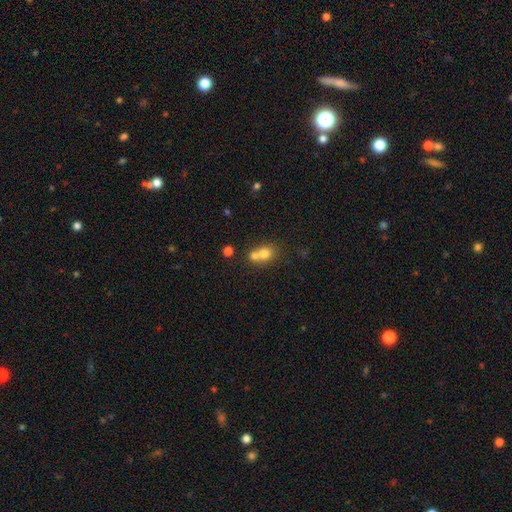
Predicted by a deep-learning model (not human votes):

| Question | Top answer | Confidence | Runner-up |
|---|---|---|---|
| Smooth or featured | smooth | 66% | star or artifact (20%) |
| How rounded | round | 66% | in between (32%) |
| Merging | merger | 45% | none (44%) |